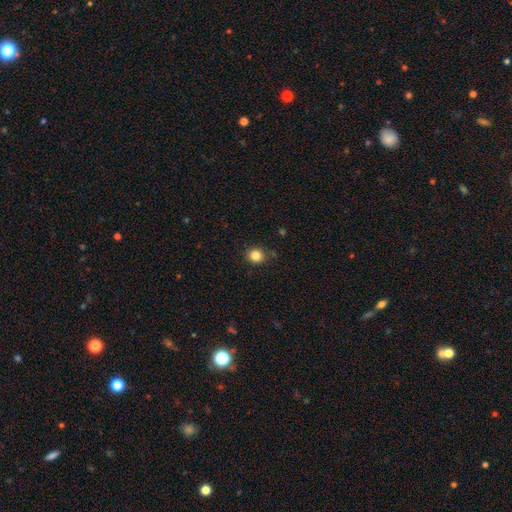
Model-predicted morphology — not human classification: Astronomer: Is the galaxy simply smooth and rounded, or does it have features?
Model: smooth — 84%.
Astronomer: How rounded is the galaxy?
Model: round — 86%.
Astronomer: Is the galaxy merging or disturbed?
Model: none — 86%.